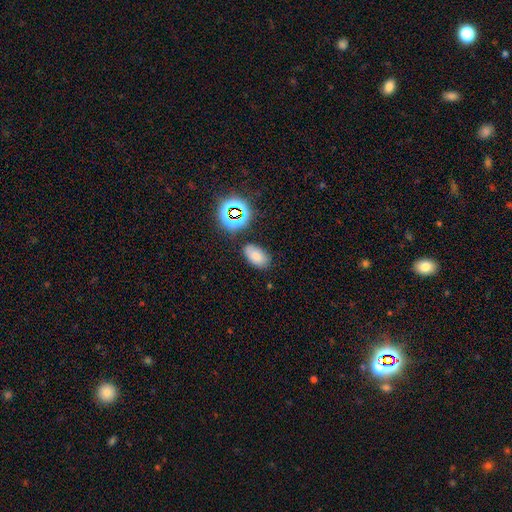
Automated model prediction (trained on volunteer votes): The model was most divided on "smooth or featured": smooth: 70%, star or artifact: 18%, featured or disk: 12%. More confident: how rounded — in between (91%); merging — none (76%).